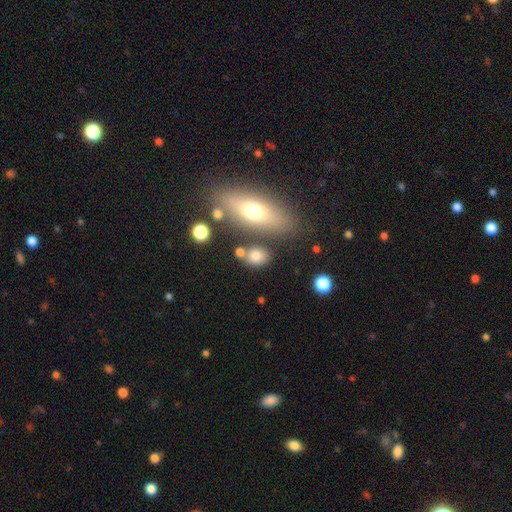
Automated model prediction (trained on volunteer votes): Smooth or featured?
  - smooth: 76% *
  - featured or disk: 13%
  - star or artifact: 11%
How rounded?
  - in between: 59% *
  - round: 36%
  - cigar-shaped: 4%
Merging?
  - none: 66% *
  - merger: 15%
  - minor disturbance: 13%
  - major disturbance: 6%